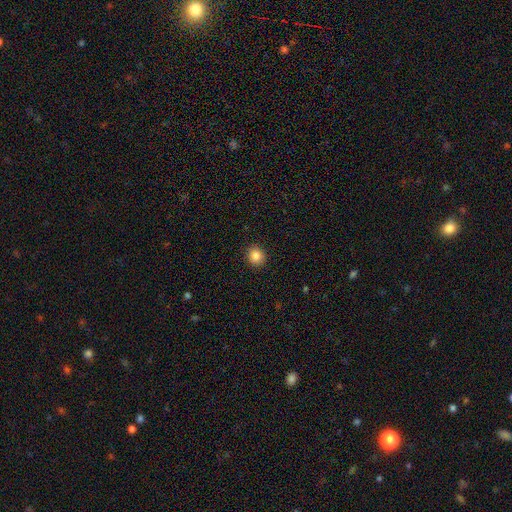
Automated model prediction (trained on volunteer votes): Smooth or featured? Predicted: smooth (p=0.85). How rounded? Predicted: round (p=0.86). Merging? Predicted: none (p=0.92).